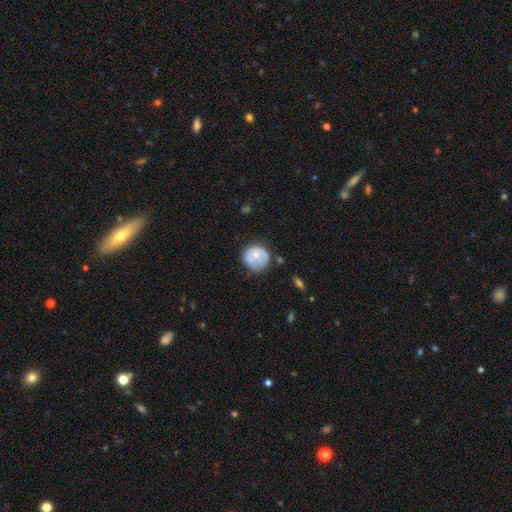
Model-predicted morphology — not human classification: type=smooth (60%); roundness=round (83%); merging=none (55%).